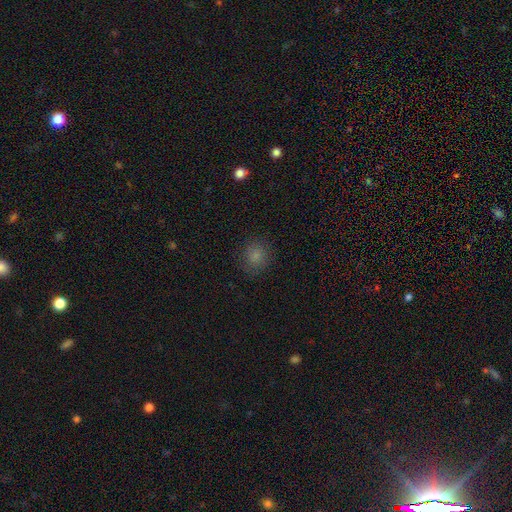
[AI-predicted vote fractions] smooth 82%, star or artifact 13%, featured or disk 5%. Down the decision tree: how rounded — round (80%); merging — none (84%).